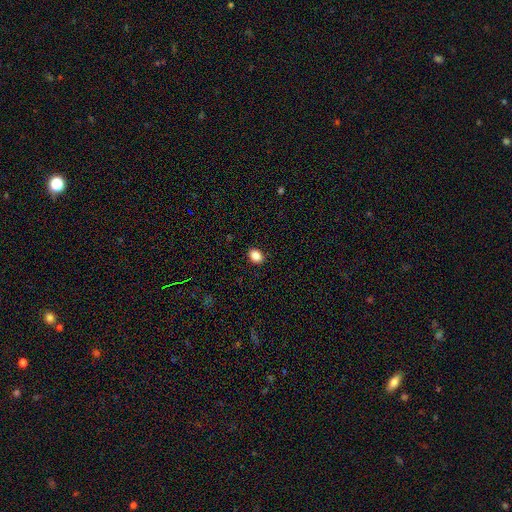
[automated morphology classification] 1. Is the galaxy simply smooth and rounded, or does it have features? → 87% smooth, 9% star or artifact, 3% featured or disk.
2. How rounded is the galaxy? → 66% in between, 33% round, 1% cigar-shaped.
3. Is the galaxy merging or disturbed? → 89% none, 8% minor disturbance, 2% major disturbance, 1% merger.